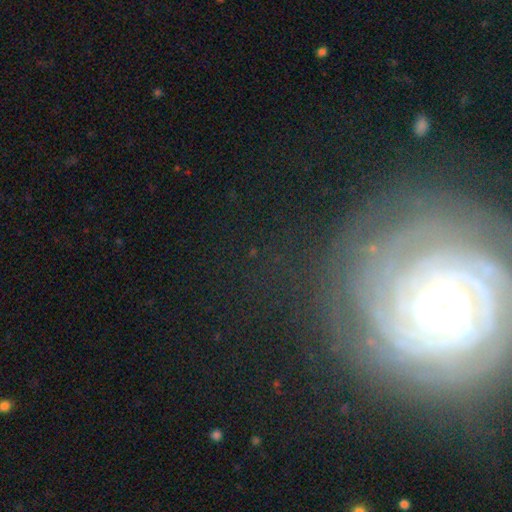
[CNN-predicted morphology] A featured or disk galaxy (73%) with no bar (68%), tight (80%) spiral arms (88%) and a moderate central bulge (47%). Merging: none (77%).